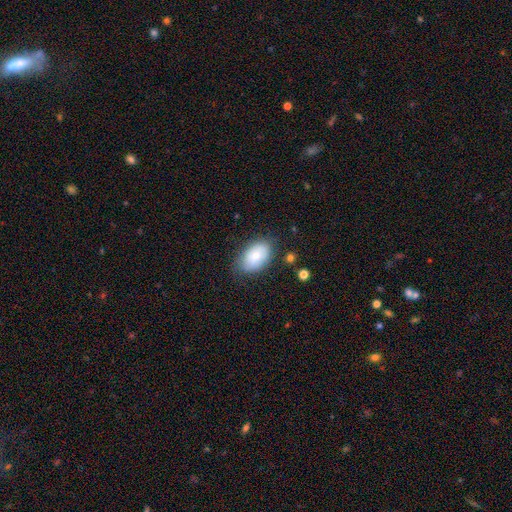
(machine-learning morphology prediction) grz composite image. It shows a smooth galaxy with no disk features (77%) that is in between round and cigar-shaped (91%). Merging: none (75%).